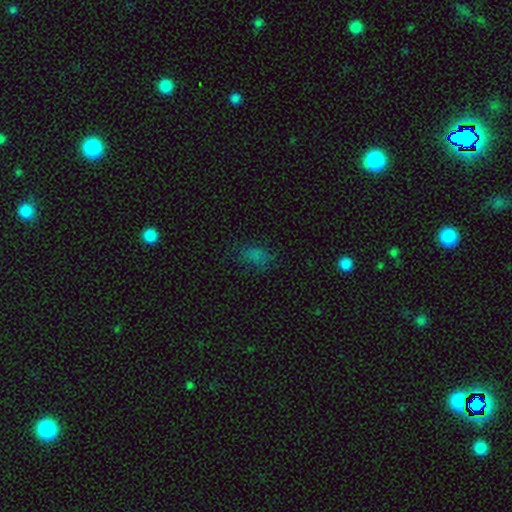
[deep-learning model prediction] A smooth galaxy with no disk features (71%) that is in between round and cigar-shaped (83%).

Vote fractions:
- Smooth or featured? smooth: 71% / star or artifact: 22% / featured or disk: 7%
- How rounded? in between: 83% / round: 13% / cigar-shaped: 4%
- Merging? none: 62% / minor disturbance: 24% / major disturbance: 11% / merger: 2%